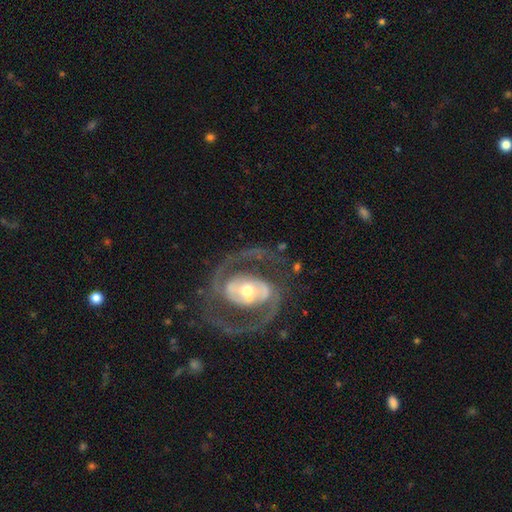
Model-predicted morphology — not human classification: Q: Smooth or featured?
A: featured or disk (88%); runner-up: star or artifact (6%)
Q: Edge-on disk?
A: no (97%); runner-up: yes (3%)
Q: Bar?
A: strong (39%); runner-up: weak (33%)
Q: Spiral arms?
A: yes (94%); runner-up: no (6%)
Q: Spiral winding?
A: medium (54%); runner-up: tight (32%)
Q: Spiral arm count?
A: 2 (91%); runner-up: can't tell (3%)
Q: Bulge size?
A: moderate (54%); runner-up: small (30%)
Q: Merging?
A: none (78%); runner-up: minor disturbance (11%)